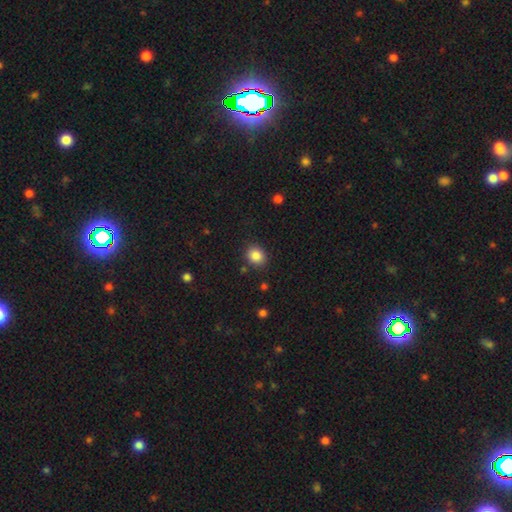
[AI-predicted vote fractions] Morphology: type=smooth (85%); roundness=round (67%); merging=none (85%).